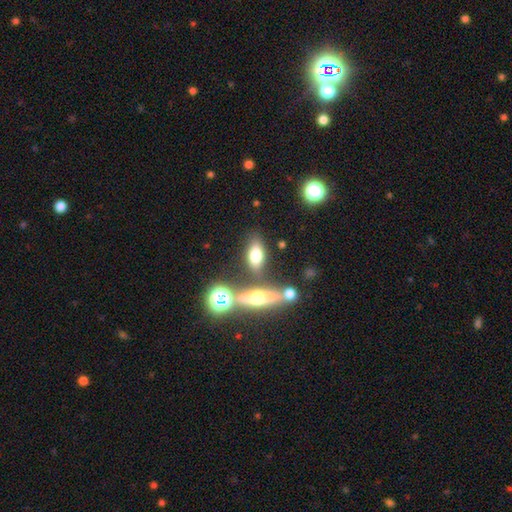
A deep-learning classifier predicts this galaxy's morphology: A smooth galaxy with no disk features (65%) that is in between round and cigar-shaped (75%).

Vote fractions:
- Smooth or featured? smooth: 65% / featured or disk: 23% / star or artifact: 12%
- How rounded? in between: 75% / cigar-shaped: 16% / round: 8%
- Merging? none: 62% / merger: 19% / minor disturbance: 12% / major disturbance: 6%